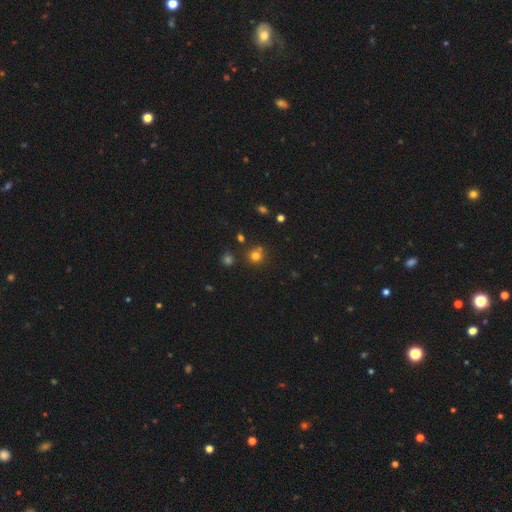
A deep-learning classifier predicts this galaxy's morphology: A smooth galaxy with no disk features (74%) that is round (90%).

Vote fractions:
- Smooth or featured? smooth: 74% / star or artifact: 20% / featured or disk: 6%
- How rounded? round: 90% / in between: 9% / cigar-shaped: 1%
- Merging? none: 75% / merger: 12% / minor disturbance: 9% / major disturbance: 3%